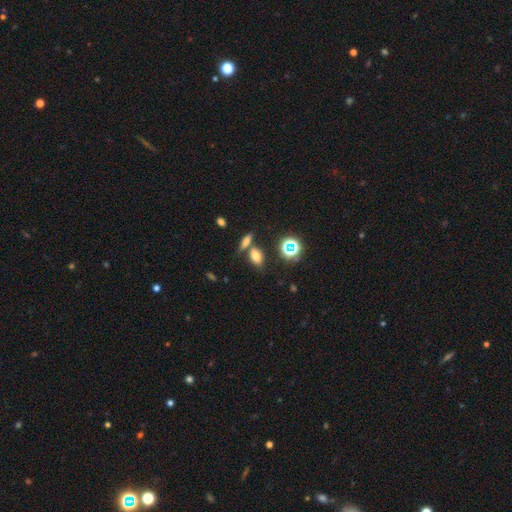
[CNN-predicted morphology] Overall: smooth (69%). How rounded: in between (76%). Merging: none (63%; merger 23%).